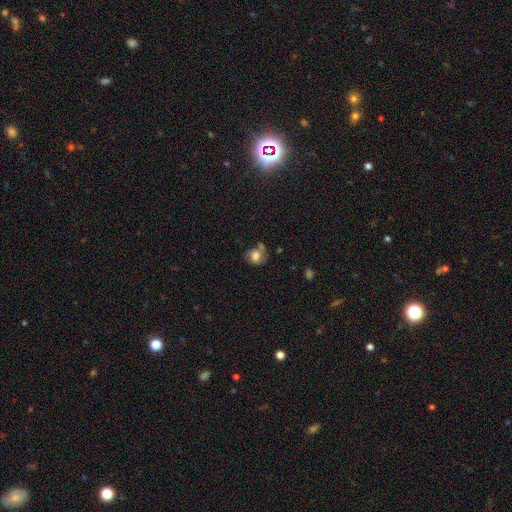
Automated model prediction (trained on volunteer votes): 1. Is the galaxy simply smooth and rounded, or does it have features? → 60% smooth, 29% featured or disk, 11% star or artifact.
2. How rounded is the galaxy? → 65% round, 34% in between, 1% cigar-shaped.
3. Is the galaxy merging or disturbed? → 47% none, 25% minor disturbance, 16% merger, 12% major disturbance.